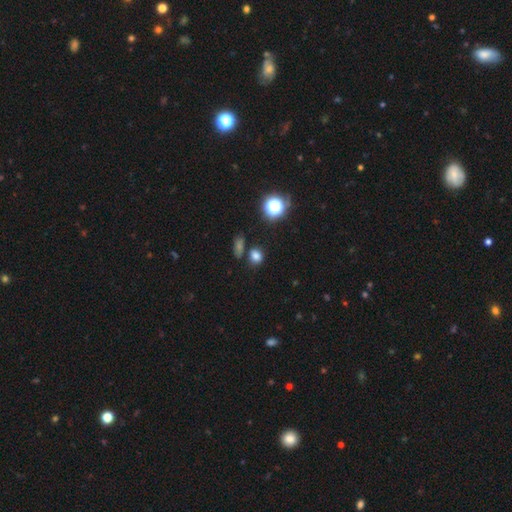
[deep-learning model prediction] The model was most divided on "how rounded": round: 61%, in between: 37%, cigar-shaped: 2%. More confident: smooth or featured — smooth (75%); merging — none (72%).